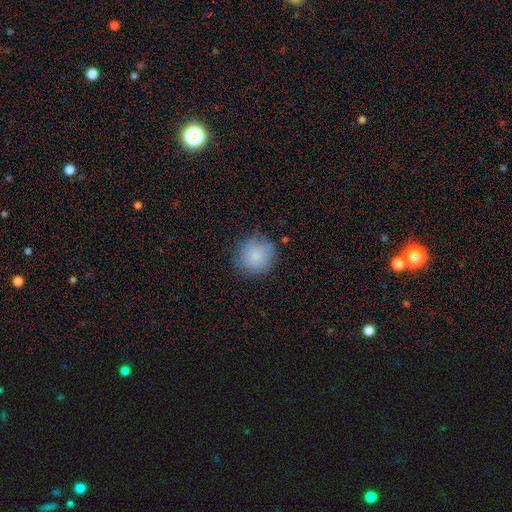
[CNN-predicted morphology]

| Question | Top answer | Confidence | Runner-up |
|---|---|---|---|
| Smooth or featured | smooth | 82% | featured or disk (10%) |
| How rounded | round | 93% | in between (6%) |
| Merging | none | 78% | minor disturbance (16%) |